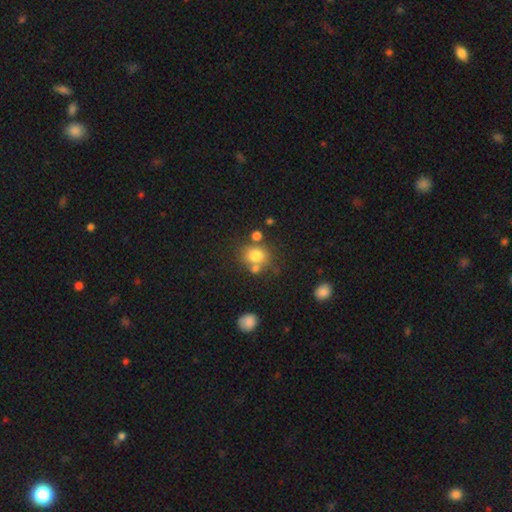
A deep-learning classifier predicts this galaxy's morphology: This appears to be a smooth galaxy with no disk features (76%) that is round (68%). Merging: none (60%).